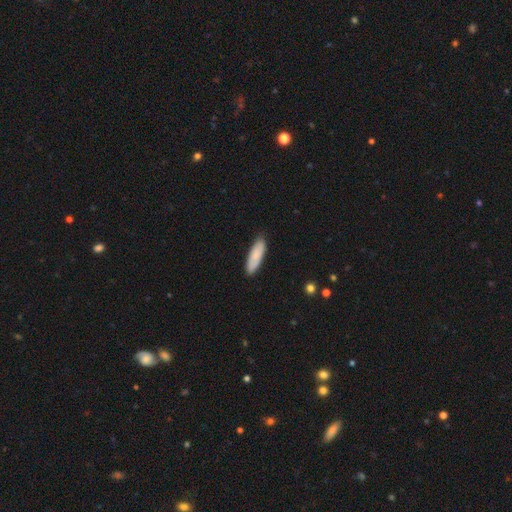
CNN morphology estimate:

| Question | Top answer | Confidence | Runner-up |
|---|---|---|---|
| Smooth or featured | smooth | 83% | featured or disk (11%) |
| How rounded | cigar-shaped | 51% | in between (48%) |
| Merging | none | 83% | minor disturbance (14%) |